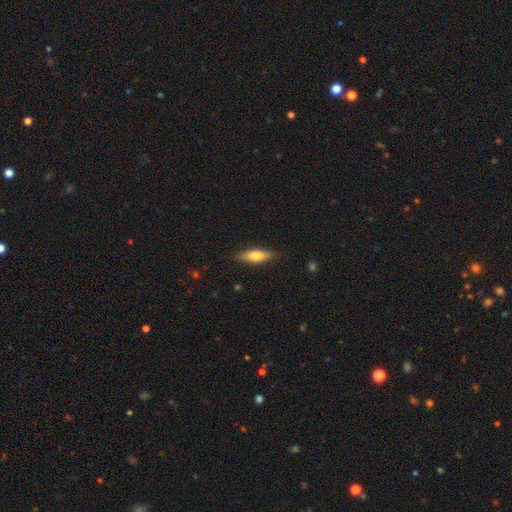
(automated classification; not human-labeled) smooth 69%, featured or disk 25%, star or artifact 6%. Down the decision tree: how rounded — in between (55%); merging — none (86%).